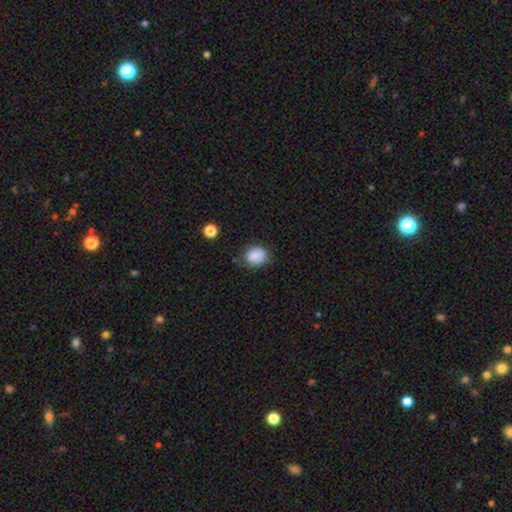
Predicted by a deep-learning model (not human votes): Smooth or featured? smooth (84%)
How rounded? round (63%)
Merging? none (71%)